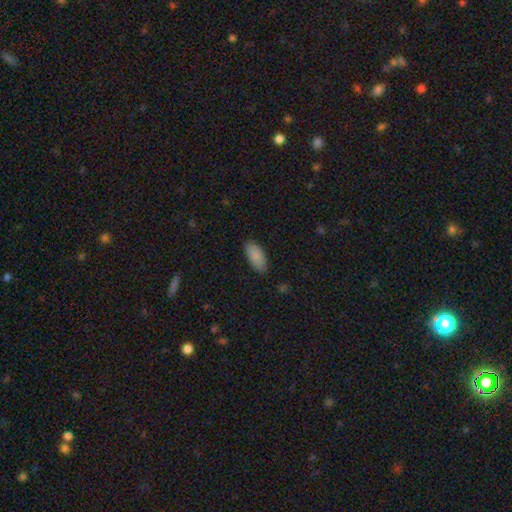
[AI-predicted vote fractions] Smooth or featured? Predicted: smooth (p=0.89). How rounded? Predicted: in between (p=0.89). Merging? Predicted: none (p=0.85).